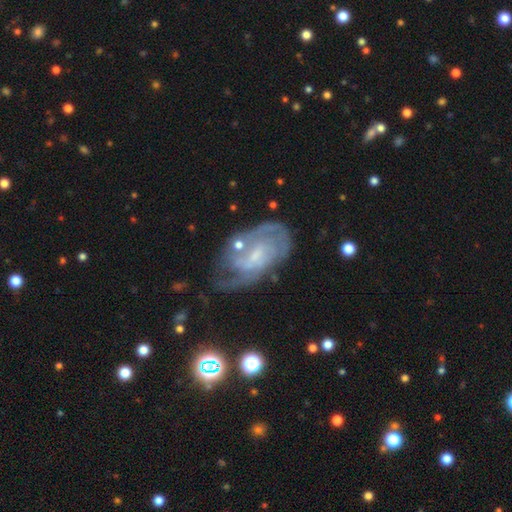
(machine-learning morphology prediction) Overall: featured or disk (78%). Edge-on disk: no (96%). Bar: weak (45%; no 44%). Spiral arms: yes (87%). Spiral arm count: 2 (38%; can't tell 37%). Spiral winding: tight (47%; medium 39%). Bulge size: small (60%). Merging: none (49%; minor disturbance 25%).